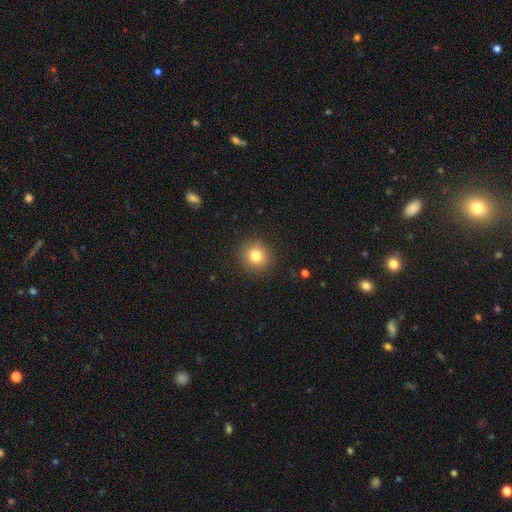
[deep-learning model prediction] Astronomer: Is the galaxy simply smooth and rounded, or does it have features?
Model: smooth — 80%.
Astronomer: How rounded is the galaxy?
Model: round — 92%.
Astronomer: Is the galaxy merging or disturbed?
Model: none — 90%.